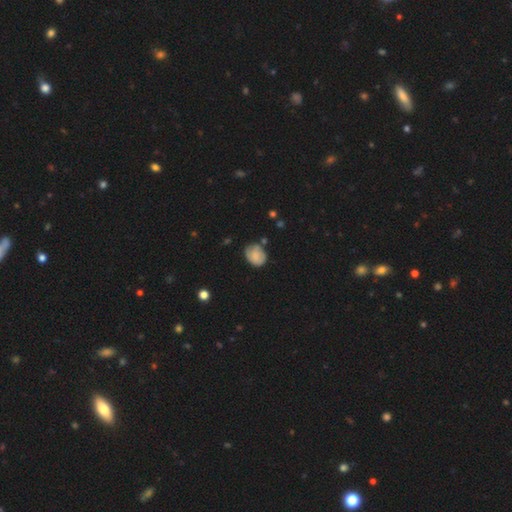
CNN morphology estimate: Smooth or featured: smooth — 70% (featured or disk — 21%)
How rounded: in between — 51% (round — 48%)
Merging: none — 61% (minor disturbance — 28%)